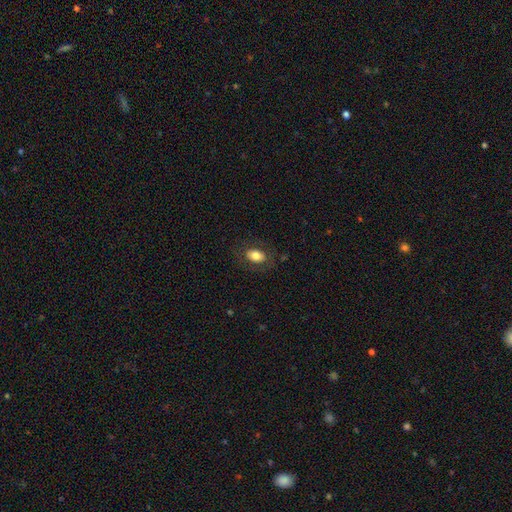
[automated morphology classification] Smooth or featured?
  - smooth: 76% *
  - featured or disk: 16%
  - star or artifact: 8%
How rounded?
  - in between: 86% *
  - round: 13%
  - cigar-shaped: 2%
Merging?
  - none: 80% *
  - minor disturbance: 13%
  - major disturbance: 6%
  - merger: 1%